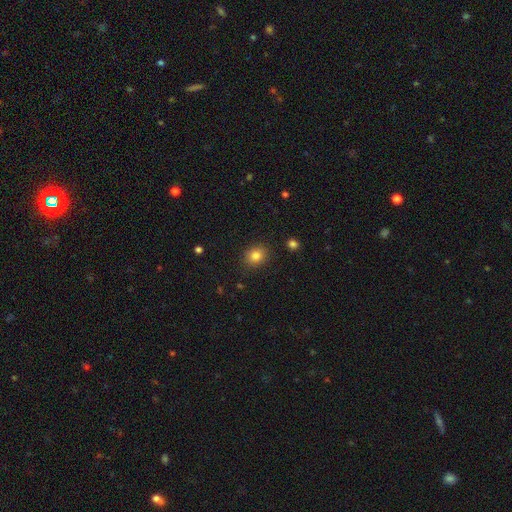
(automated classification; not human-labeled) A smooth galaxy with no disk features (83%) that is round (67%).

Vote fractions:
- Smooth or featured? smooth: 83% / star or artifact: 11% / featured or disk: 6%
- How rounded? round: 67% / in between: 32% / cigar-shaped: 1%
- Merging? none: 89% / minor disturbance: 8% / major disturbance: 2% / merger: 1%